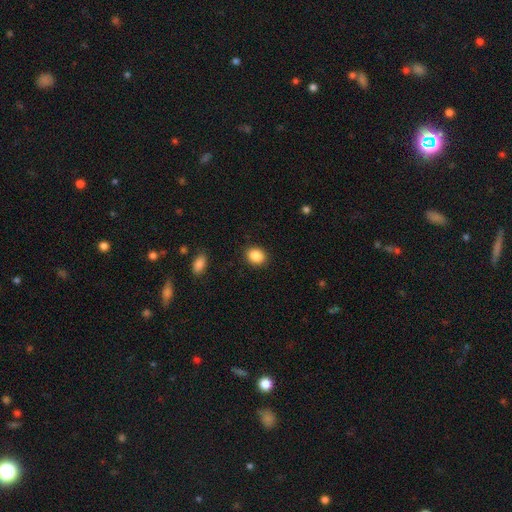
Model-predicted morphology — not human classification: smooth_or_featured: smooth (p=0.88) [alt: star or artifact p=0.09]
how_rounded: round (p=0.54) [alt: in between p=0.45]
merging: none (p=0.89) [alt: minor disturbance p=0.07]